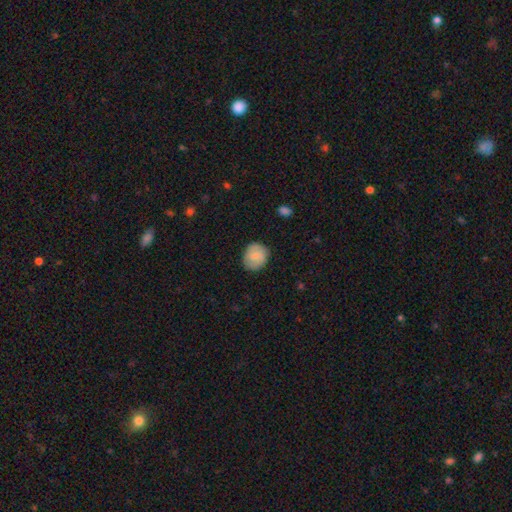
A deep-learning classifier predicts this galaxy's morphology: Smooth or featured: smooth — 72% (featured or disk — 21%)
How rounded: round — 73% (in between — 26%)
Merging: none — 82% (minor disturbance — 14%)